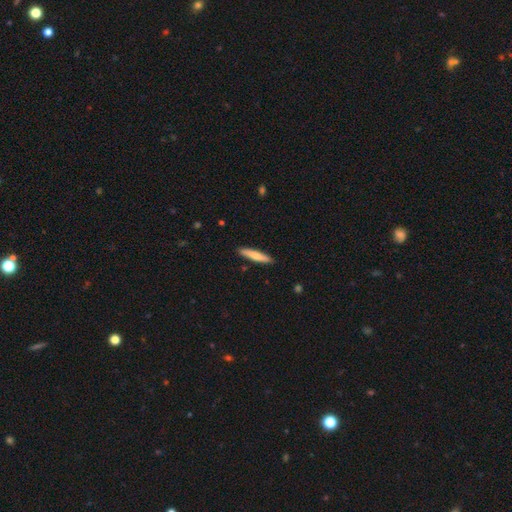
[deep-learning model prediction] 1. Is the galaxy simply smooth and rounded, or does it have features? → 71% smooth, 24% featured or disk, 5% star or artifact.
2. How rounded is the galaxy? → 90% cigar-shaped, 9% in between, 1% round.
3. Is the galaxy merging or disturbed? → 89% none, 8% minor disturbance, 1% major disturbance, 1% merger.